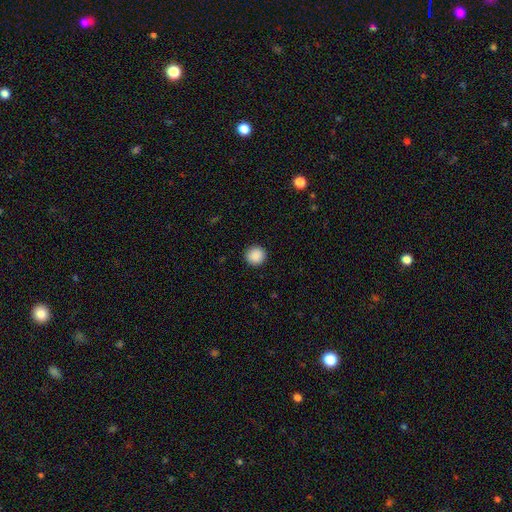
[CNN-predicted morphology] type=smooth (89%); roundness=round (95%); merging=none (92%).